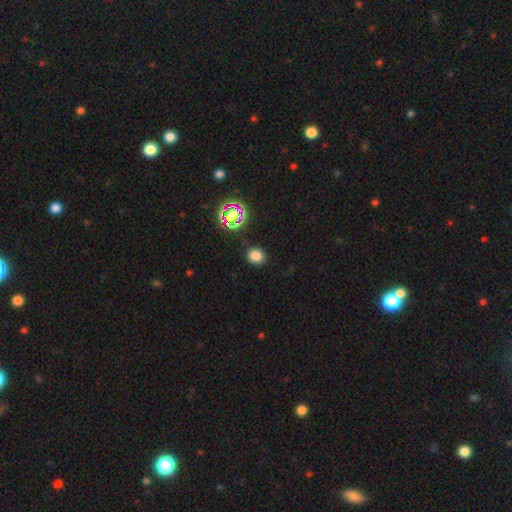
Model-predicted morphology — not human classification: Smooth or featured? smooth (78%)
How rounded? round (77%)
Merging? none (88%)